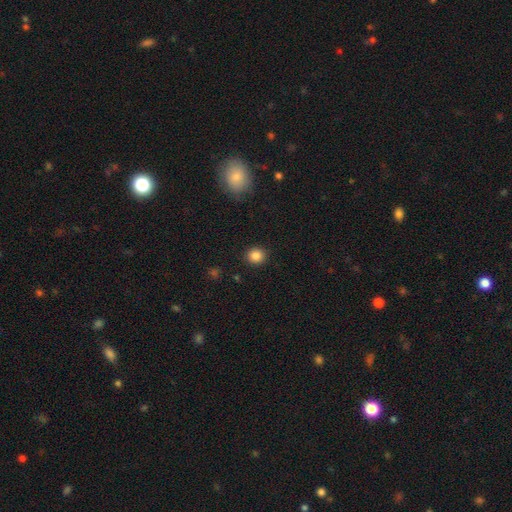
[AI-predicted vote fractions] Smooth or featured?
  - smooth: 85% *
  - star or artifact: 11%
  - featured or disk: 4%
How rounded?
  - round: 89% *
  - in between: 10%
  - cigar-shaped: 1%
Merging?
  - none: 91% *
  - minor disturbance: 6%
  - major disturbance: 2%
  - merger: 1%